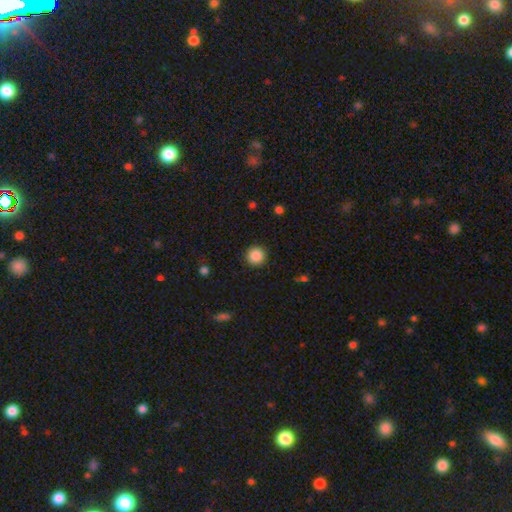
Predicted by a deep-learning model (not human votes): Overall: smooth (87%). How rounded: round (95%). Merging: none (91%).